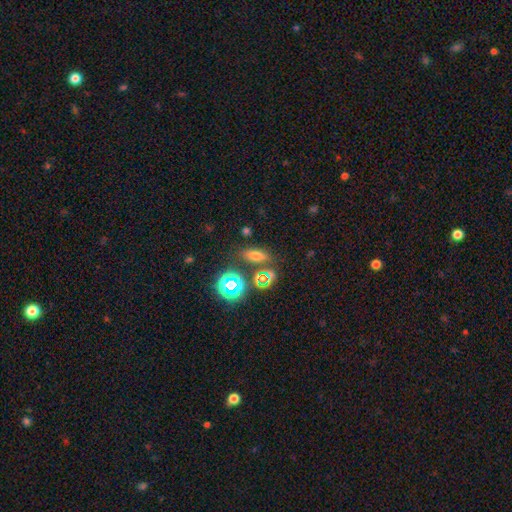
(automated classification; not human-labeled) This is likely a smooth galaxy (60%). How rounded: likely in between (65%). Merging: likely none (77%).